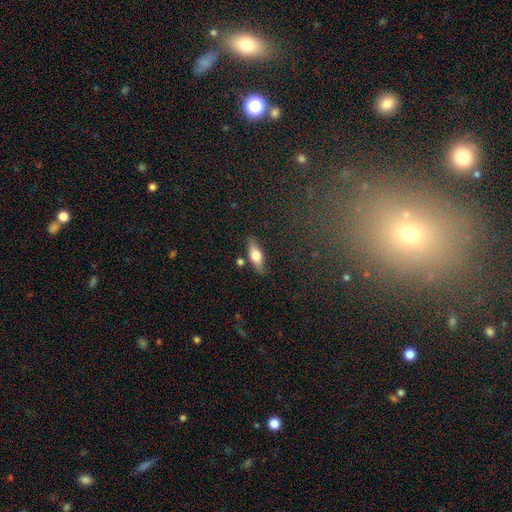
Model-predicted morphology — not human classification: Q: Smooth or featured?
A: smooth (60%); runner-up: featured or disk (33%)
Q: How rounded?
A: in between (58%); runner-up: cigar-shaped (39%)
Q: Merging?
A: none (80%); runner-up: minor disturbance (11%)